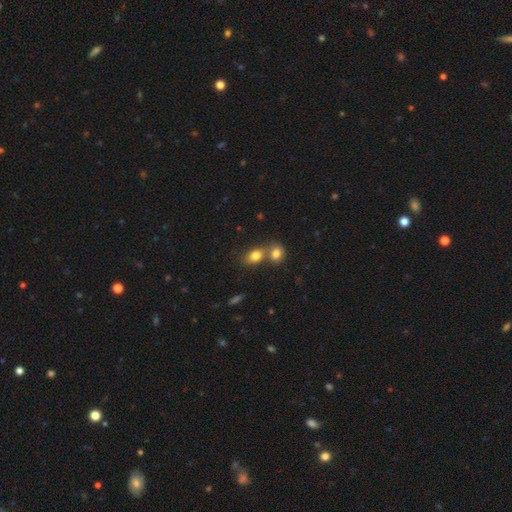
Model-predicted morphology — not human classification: Smooth or featured? smooth (79%)
How rounded? in between (67%)
Merging? merger (54%)